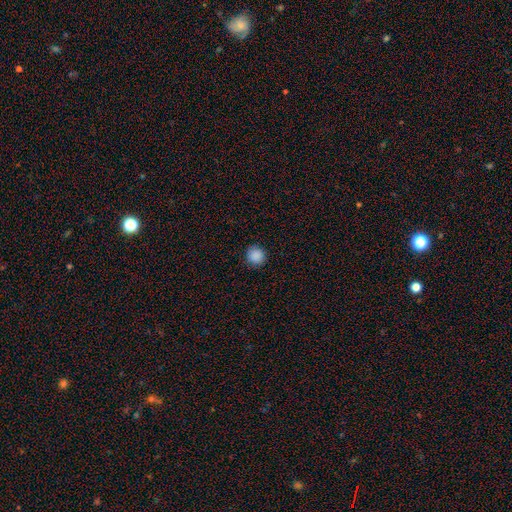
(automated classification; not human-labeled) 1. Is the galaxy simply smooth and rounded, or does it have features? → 88% smooth, 9% star or artifact, 2% featured or disk.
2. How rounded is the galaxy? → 93% round, 6% in between, 1% cigar-shaped.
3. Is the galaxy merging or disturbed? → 91% none, 7% minor disturbance, 2% major disturbance, 1% merger.